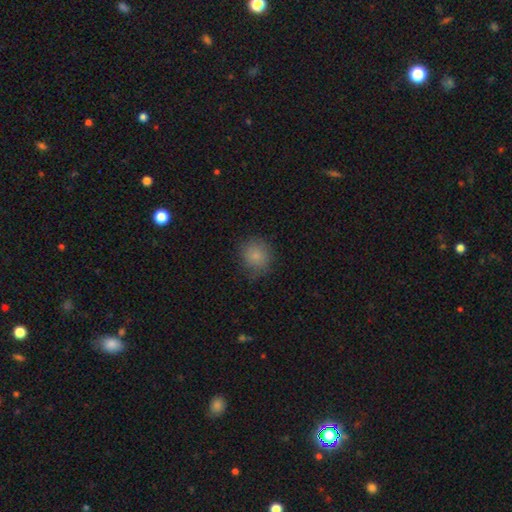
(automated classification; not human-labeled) The model was most divided on "merging": none: 77%, minor disturbance: 17%, major disturbance: 5%, merger: 1%. More confident: how rounded — round (85%); smooth or featured — smooth (82%).